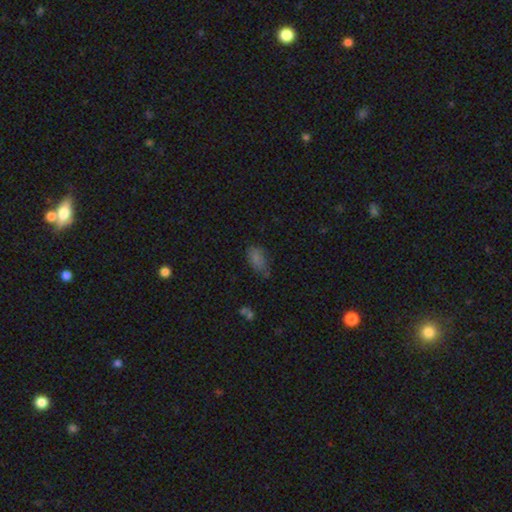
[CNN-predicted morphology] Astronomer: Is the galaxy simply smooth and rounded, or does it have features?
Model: smooth — 72%.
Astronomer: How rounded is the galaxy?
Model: in between — 87%.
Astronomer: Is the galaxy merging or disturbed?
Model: none — 59%.